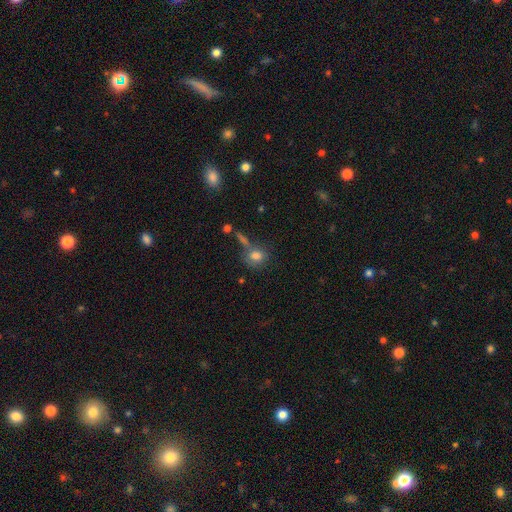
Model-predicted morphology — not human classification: A smooth galaxy with no disk features (77%) that is round (61%).

Vote fractions:
- Smooth or featured? smooth: 77% / featured or disk: 12% / star or artifact: 11%
- How rounded? round: 61% / in between: 36% / cigar-shaped: 3%
- Merging? none: 58% / merger: 17% / minor disturbance: 16% / major disturbance: 8%